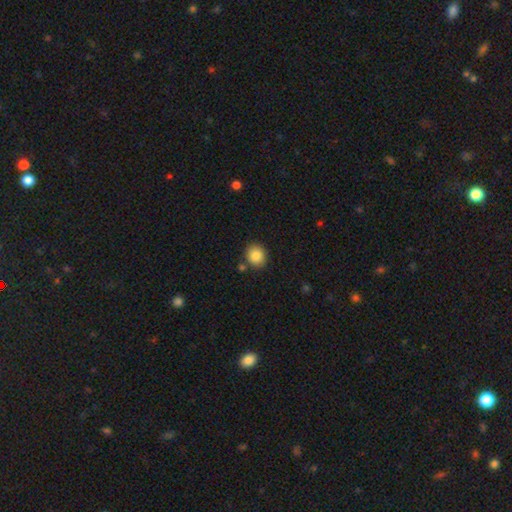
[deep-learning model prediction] Smooth or featured? smooth (86%)
How rounded? round (77%)
Merging? none (82%)